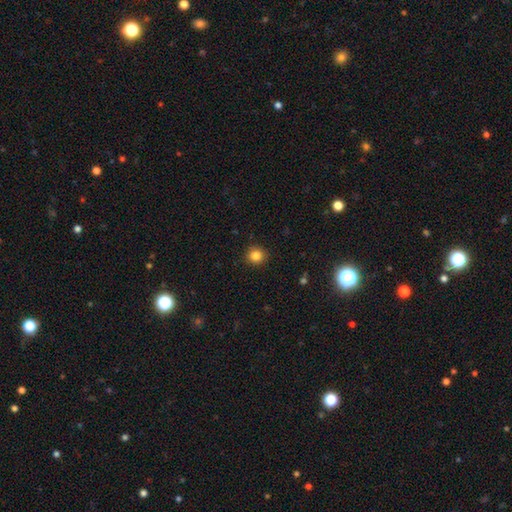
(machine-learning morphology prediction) Smooth or featured: smooth — 84% (star or artifact — 12%)
How rounded: round — 92% (in between — 8%)
Merging: none — 91% (minor disturbance — 6%)